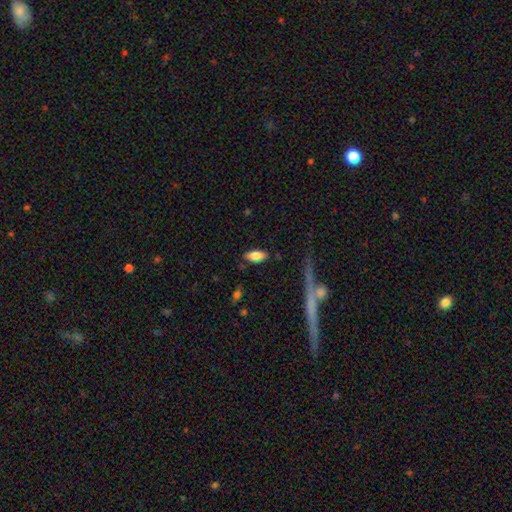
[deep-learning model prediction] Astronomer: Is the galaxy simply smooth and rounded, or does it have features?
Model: smooth — 79%.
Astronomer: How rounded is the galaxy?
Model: in between — 85%.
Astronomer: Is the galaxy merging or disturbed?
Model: none — 83%.